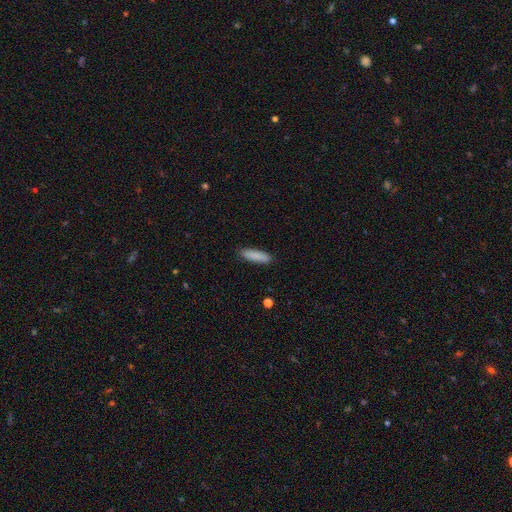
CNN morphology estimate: This appears to be a smooth galaxy with no disk features (87%) that is cigar-shaped (67%). Merging: none (88%).